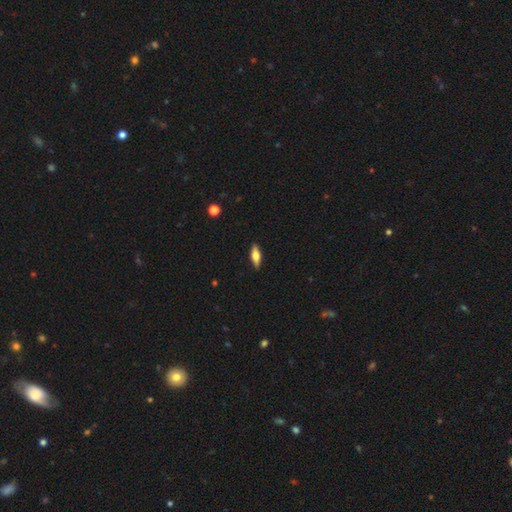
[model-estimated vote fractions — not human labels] Smooth or featured?
  - smooth: 53% *
  - featured or disk: 40%
  - star or artifact: 6%
How rounded?
  - in between: 56% *
  - cigar-shaped: 41%
  - round: 3%
Merging?
  - none: 90% *
  - minor disturbance: 8%
  - major disturbance: 2%
  - merger: 1%